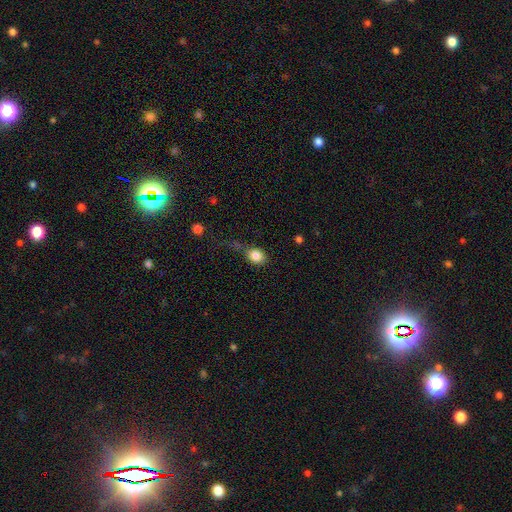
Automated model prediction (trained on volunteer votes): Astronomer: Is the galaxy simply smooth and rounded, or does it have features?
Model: smooth — 84%.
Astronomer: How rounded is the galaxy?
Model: round — 53% (runner-up: in between, 46%).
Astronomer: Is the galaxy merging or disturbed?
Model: none — 58%.